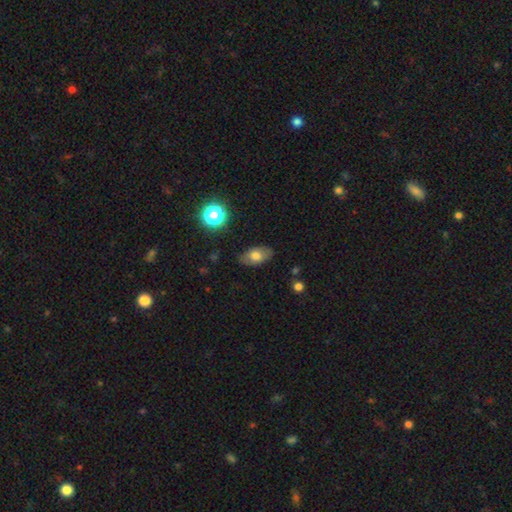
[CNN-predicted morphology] Overall: smooth (70%). How rounded: in between (89%). Merging: none (81%).